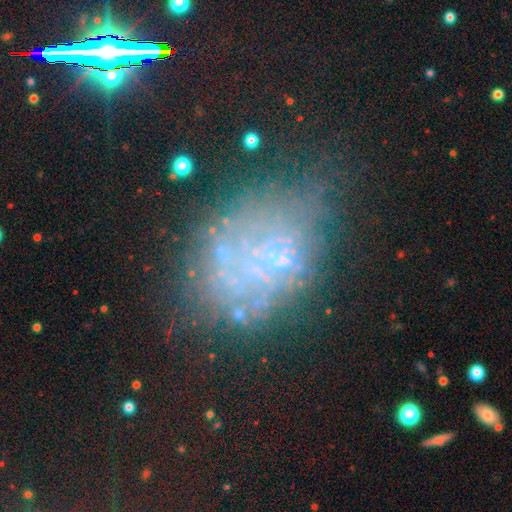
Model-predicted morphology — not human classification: This appears to be a featured or disk galaxy (41%). Merging: none (46%).